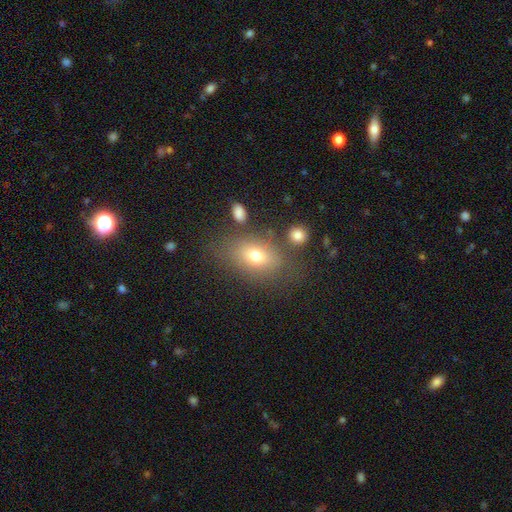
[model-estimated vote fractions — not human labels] smooth 72%, featured or disk 16%, star or artifact 13%. Down the decision tree: how rounded — in between (77%); merging — none (70%).